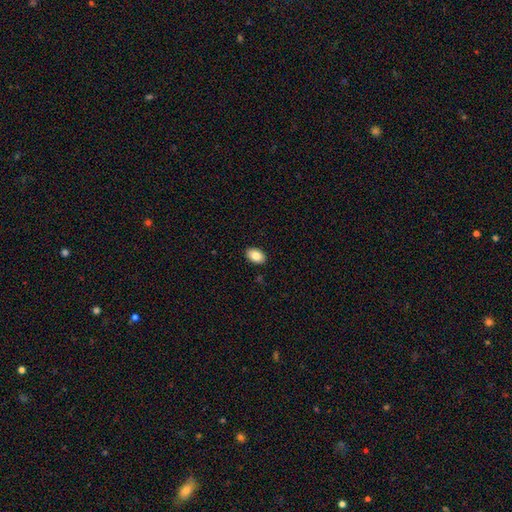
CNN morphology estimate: Q: Smooth or featured?
A: smooth (84%); runner-up: featured or disk (8%)
Q: How rounded?
A: in between (87%); runner-up: round (12%)
Q: Merging?
A: none (89%); runner-up: minor disturbance (8%)